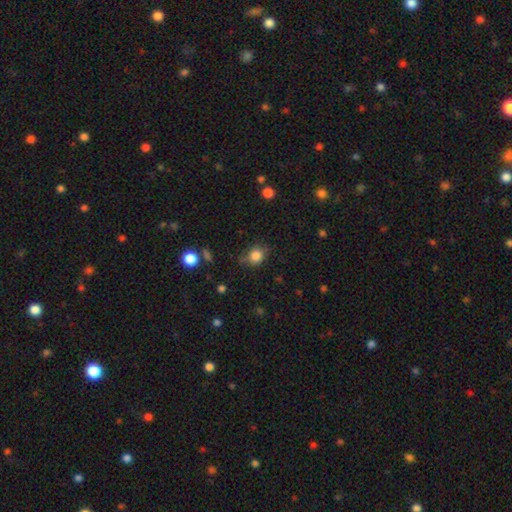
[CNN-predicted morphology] A smooth galaxy with no disk features (83%) that is round (69%).

Vote fractions:
- Smooth or featured? smooth: 83% / star or artifact: 11% / featured or disk: 6%
- How rounded? round: 69% / in between: 30% / cigar-shaped: 1%
- Merging? none: 71% / minor disturbance: 21% / major disturbance: 5% / merger: 3%